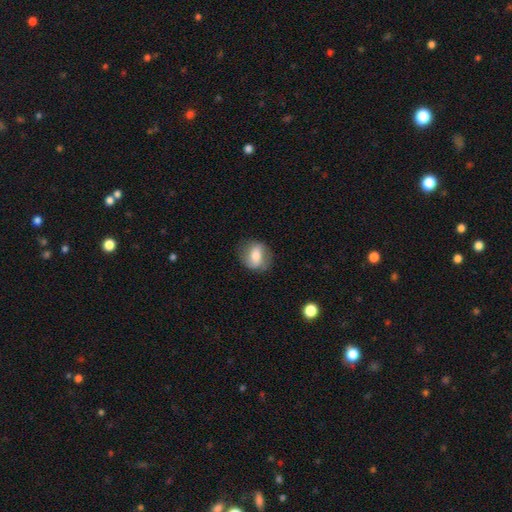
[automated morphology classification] type=smooth (59%); roundness=round (52%); merging=none (77%).